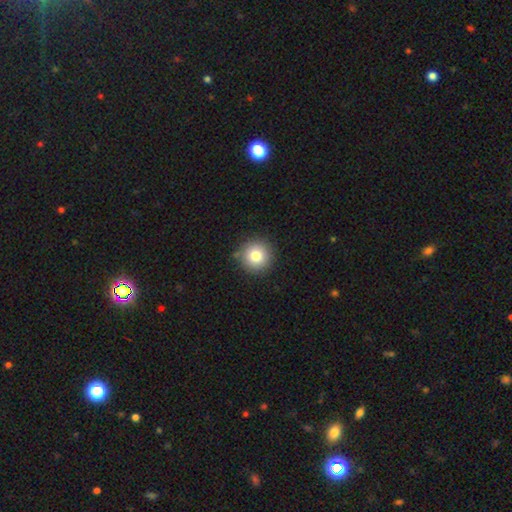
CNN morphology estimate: The model was most divided on "smooth or featured": smooth: 80%, star or artifact: 11%, featured or disk: 9%. More confident: how rounded — round (95%); merging — none (87%).